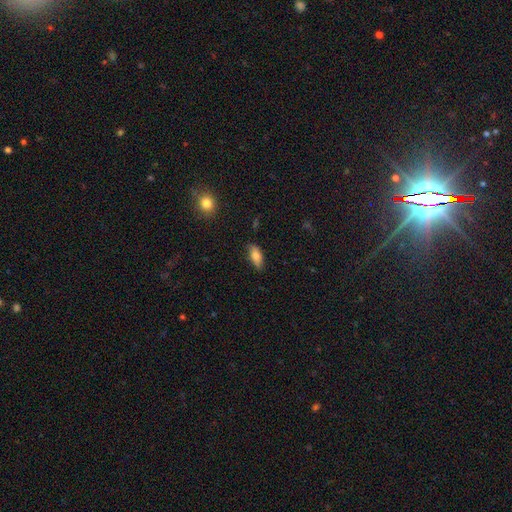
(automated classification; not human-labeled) Overall: smooth (79%). How rounded: in between (82%). Merging: none (79%).